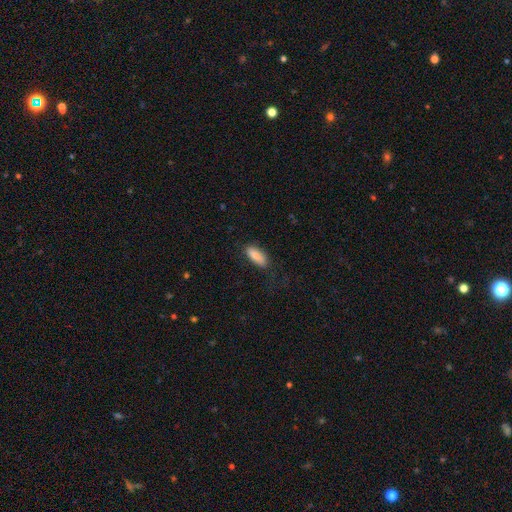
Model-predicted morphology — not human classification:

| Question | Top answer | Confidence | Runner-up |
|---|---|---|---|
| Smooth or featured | smooth | 86% | featured or disk (8%) |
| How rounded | in between | 70% | cigar-shaped (28%) |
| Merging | none | 78% | minor disturbance (16%) |